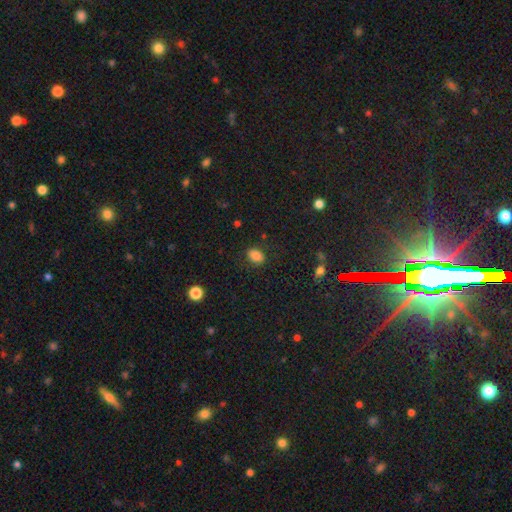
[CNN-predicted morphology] A smooth galaxy with no disk features (84%) that is in between round and cigar-shaped (71%).

Vote fractions:
- Smooth or featured? smooth: 84% / star or artifact: 10% / featured or disk: 6%
- How rounded? in between: 71% / round: 28% / cigar-shaped: 1%
- Merging? none: 84% / minor disturbance: 11% / major disturbance: 4% / merger: 1%